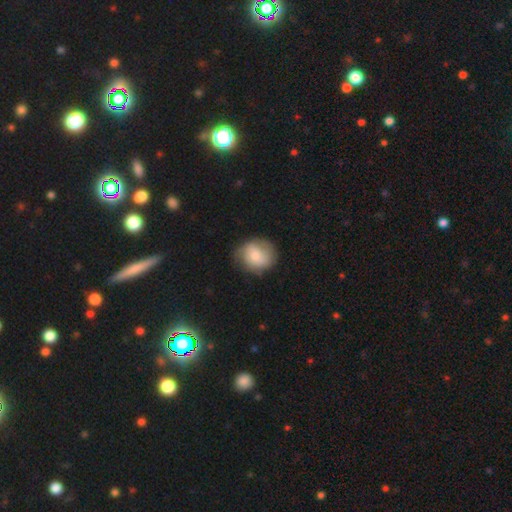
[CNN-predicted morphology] Smooth or featured: smooth — 65% (featured or disk — 28%)
How rounded: round — 75% (in between — 24%)
Merging: none — 71% (minor disturbance — 21%)